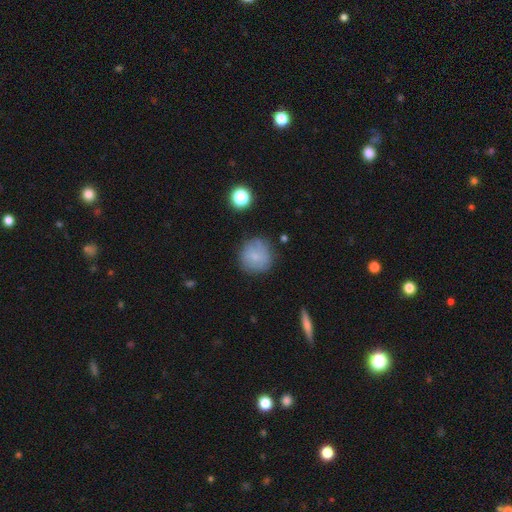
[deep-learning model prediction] Overall: smooth (72%). How rounded: round (90%). Merging: none (70%).